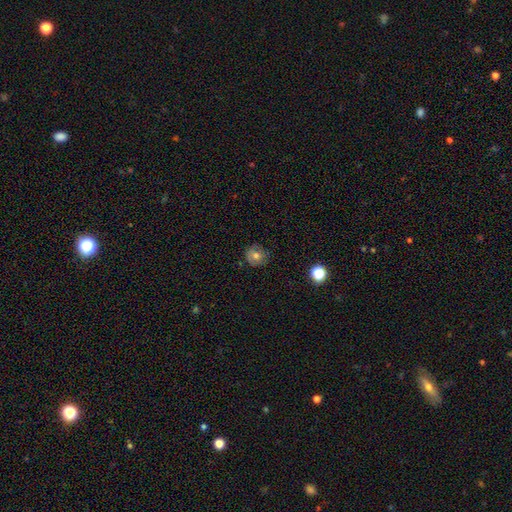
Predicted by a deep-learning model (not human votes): smooth-or-featured: smooth: 67% | featured or disk: 21% | star or artifact: 12%
  how-rounded: round: 89% | in between: 10% | cigar-shaped: 1%
  merging: none: 82% | minor disturbance: 14% | major disturbance: 3% | merger: 1%